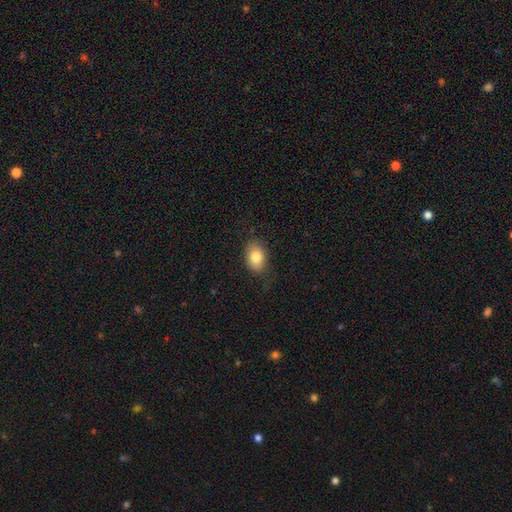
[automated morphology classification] Smooth or featured: smooth — 80% (featured or disk — 11%)
How rounded: in between — 80% (round — 18%)
Merging: none — 76% (minor disturbance — 18%)